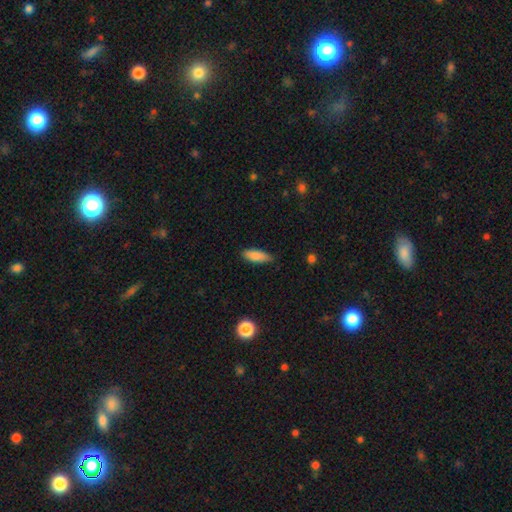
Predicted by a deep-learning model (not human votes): This is clearly a smooth galaxy (87%). How rounded: likely in between (65%). Merging: clearly none (80%).